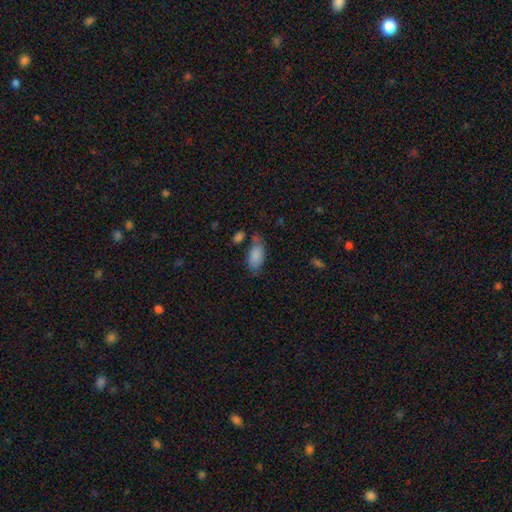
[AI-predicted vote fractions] A smooth galaxy with no disk features (85%) that is in between round and cigar-shaped (92%). Merging: none (59%).